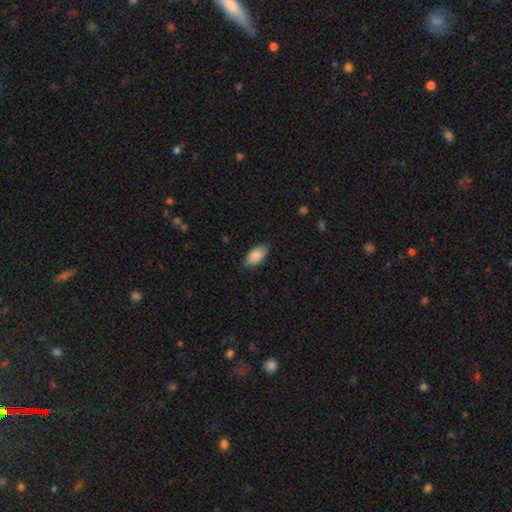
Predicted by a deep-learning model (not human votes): A smooth galaxy with no disk features (88%) that is in between round and cigar-shaped (94%).

Vote fractions:
- Smooth or featured? smooth: 88% / featured or disk: 6% / star or artifact: 6%
- How rounded? in between: 94% / cigar-shaped: 4% / round: 2%
- Merging? none: 87% / minor disturbance: 10% / major disturbance: 2% / merger: 1%